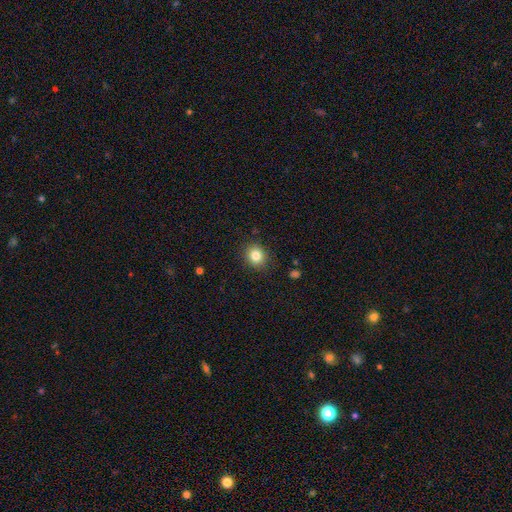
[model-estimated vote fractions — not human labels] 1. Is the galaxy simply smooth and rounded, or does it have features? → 83% smooth, 11% star or artifact, 6% featured or disk.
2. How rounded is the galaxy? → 78% round, 21% in between, 1% cigar-shaped.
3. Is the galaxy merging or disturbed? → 88% none, 8% minor disturbance, 2% major disturbance, 1% merger.